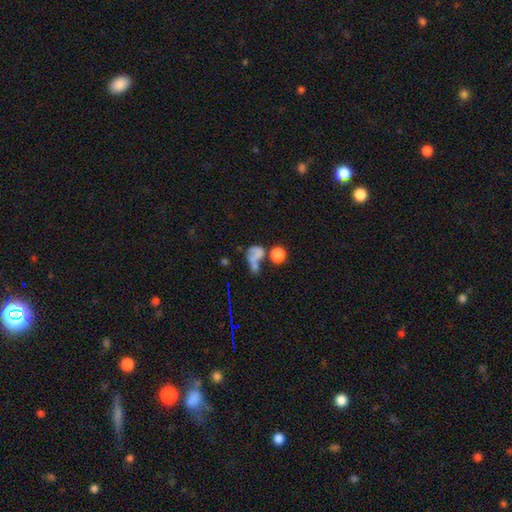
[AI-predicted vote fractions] Smooth or featured: smooth — 58% (featured or disk — 23%)
How rounded: in between — 50% (round — 46%)
Merging: merger — 44% (none — 24%)